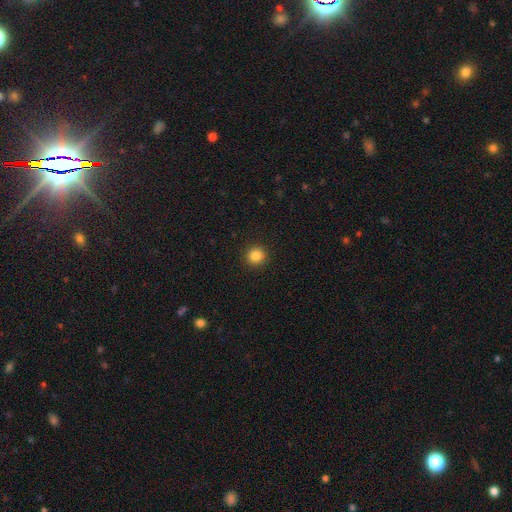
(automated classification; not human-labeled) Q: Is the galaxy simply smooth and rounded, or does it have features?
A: smooth — 84%.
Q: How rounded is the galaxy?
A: round — 95%.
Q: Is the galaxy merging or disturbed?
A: none — 93%.